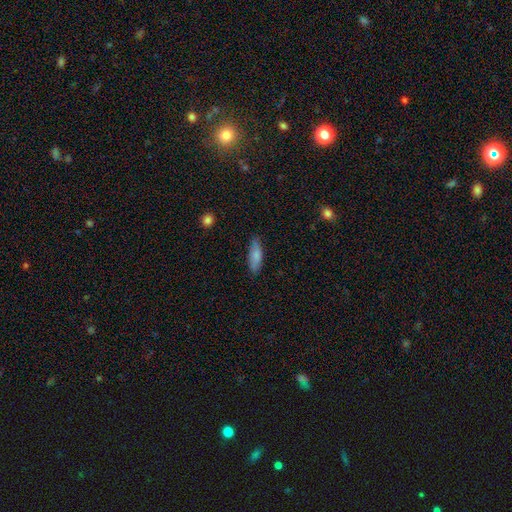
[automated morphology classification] The model was most divided on "how rounded": in between: 55%, cigar-shaped: 44%, round: 2%. More confident: smooth or featured — smooth (83%); merging — none (81%).